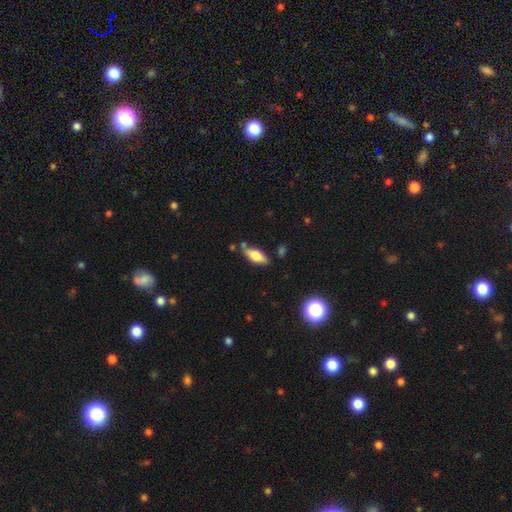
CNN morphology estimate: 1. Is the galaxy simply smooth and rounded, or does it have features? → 63% smooth, 29% featured or disk, 8% star or artifact.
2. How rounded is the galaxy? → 74% in between, 23% cigar-shaped, 3% round.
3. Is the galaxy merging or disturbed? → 70% none, 18% minor disturbance, 7% merger, 4% major disturbance.